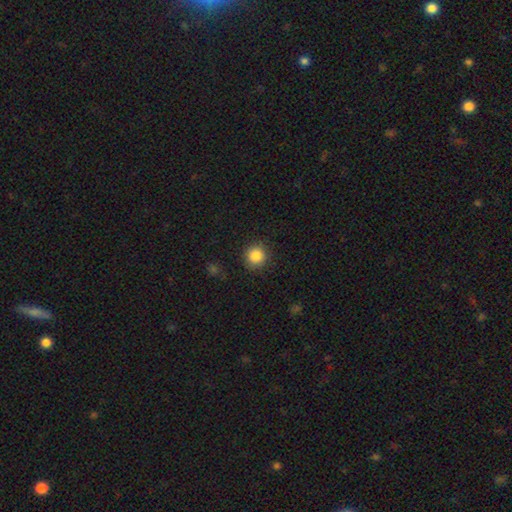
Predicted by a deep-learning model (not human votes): Smooth or featured?
  - smooth: 86% *
  - star or artifact: 10%
  - featured or disk: 4%
How rounded?
  - round: 93% *
  - in between: 6%
  - cigar-shaped: 1%
Merging?
  - none: 89% *
  - minor disturbance: 7%
  - major disturbance: 2%
  - merger: 1%